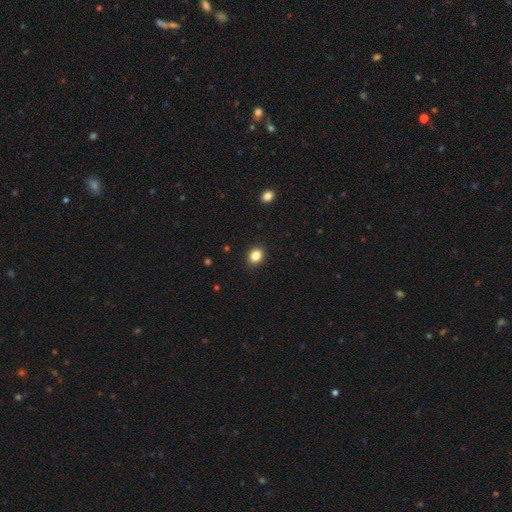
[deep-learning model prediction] smooth 84%, star or artifact 11%, featured or disk 5%. Down the decision tree: how rounded — round (56%); merging — none (90%).